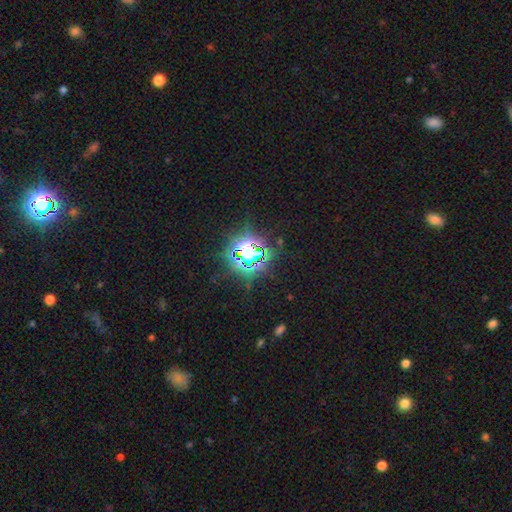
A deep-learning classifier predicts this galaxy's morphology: Smooth or featured? Predicted: star or artifact (p=0.80).